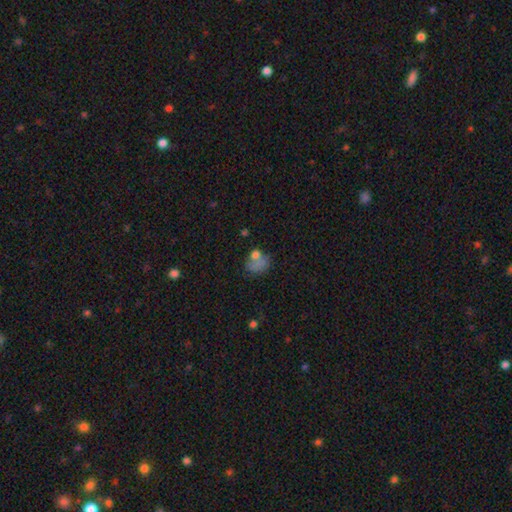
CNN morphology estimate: Q: Smooth or featured?
A: smooth (66%); runner-up: star or artifact (19%)
Q: How rounded?
A: round (52%); runner-up: in between (46%)
Q: Merging?
A: none (42%); runner-up: minor disturbance (21%)